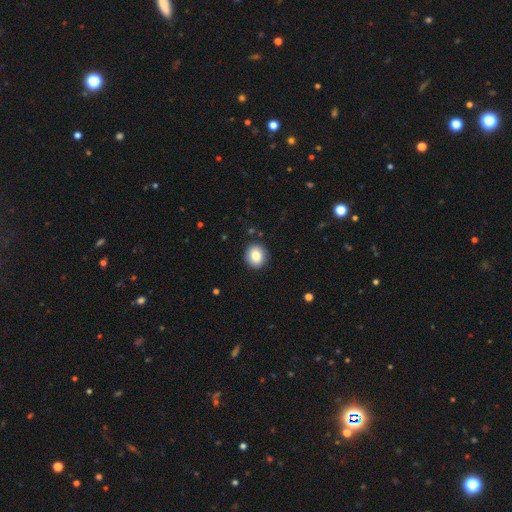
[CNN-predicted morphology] Overall: smooth (85%). How rounded: round (76%). Merging: none (89%).